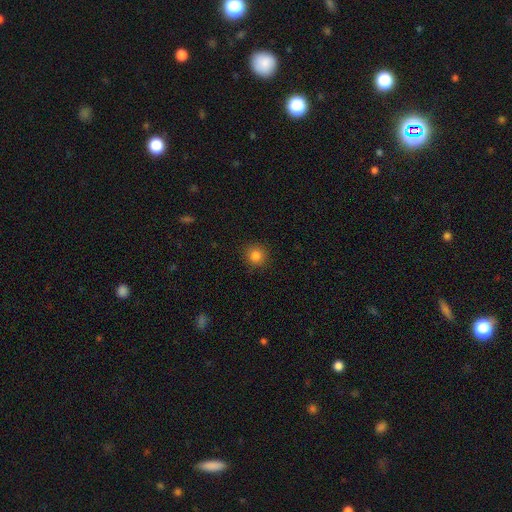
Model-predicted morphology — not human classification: A smooth galaxy with no disk features (83%) that is round (93%). Merging: none (91%).